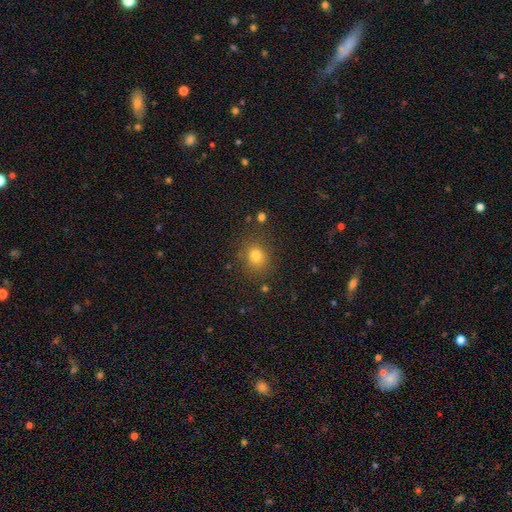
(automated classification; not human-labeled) smooth-or-featured: smooth: 77% | star or artifact: 15% | featured or disk: 7%
  how-rounded: round: 76% | in between: 23% | cigar-shaped: 1%
  merging: none: 83% | minor disturbance: 10% | major disturbance: 4% | merger: 3%